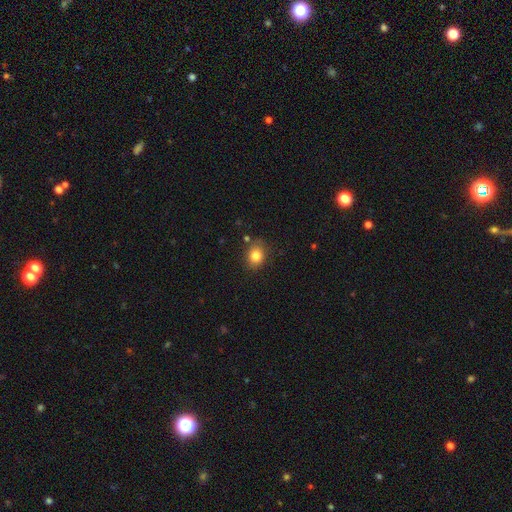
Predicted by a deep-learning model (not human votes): smooth 83%, star or artifact 10%, featured or disk 7%. Down the decision tree: how rounded — round (54%); merging — none (80%).